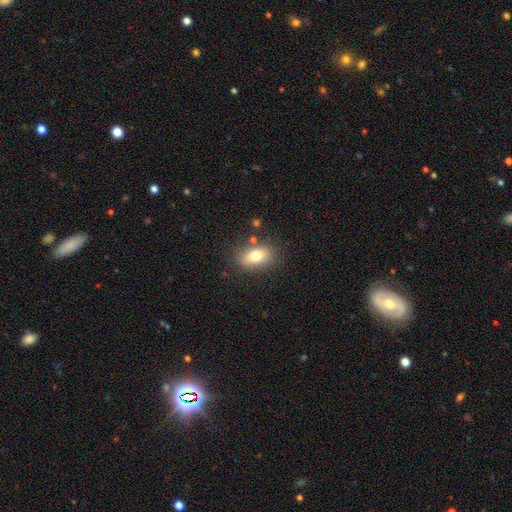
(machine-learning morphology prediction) Smooth or featured? smooth (75%)
How rounded? in between (85%)
Merging? none (79%)